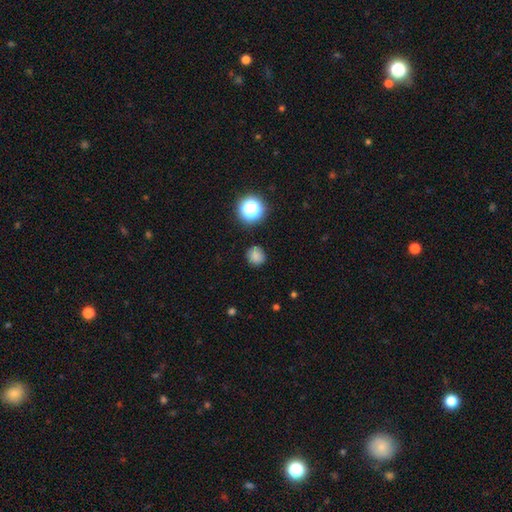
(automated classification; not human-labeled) Morphology: type=smooth (79%); roundness=round (84%); merging=none (84%).